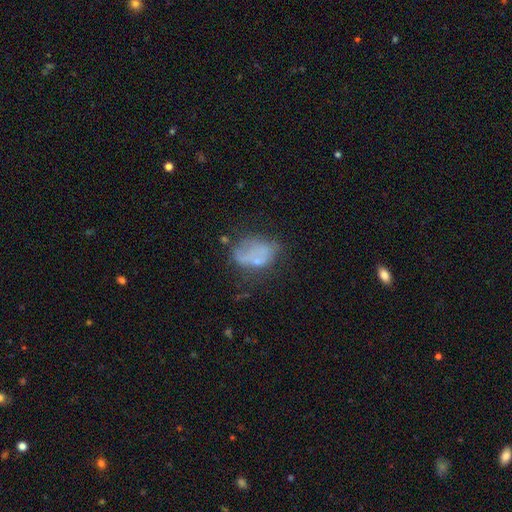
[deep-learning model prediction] The model was most divided on "merging": none: 33%, major disturbance: 29%, minor disturbance: 27%, merger: 12%. Remaining: smooth or featured — smooth (49%).